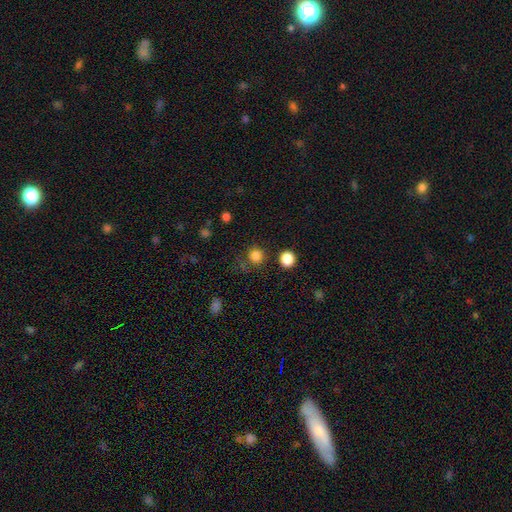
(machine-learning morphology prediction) smooth-or-featured: smooth: 81% | star or artifact: 15% | featured or disk: 4%
  how-rounded: round: 93% | in between: 6% | cigar-shaped: 1%
  merging: none: 82% | minor disturbance: 9% | merger: 5% | major disturbance: 4%